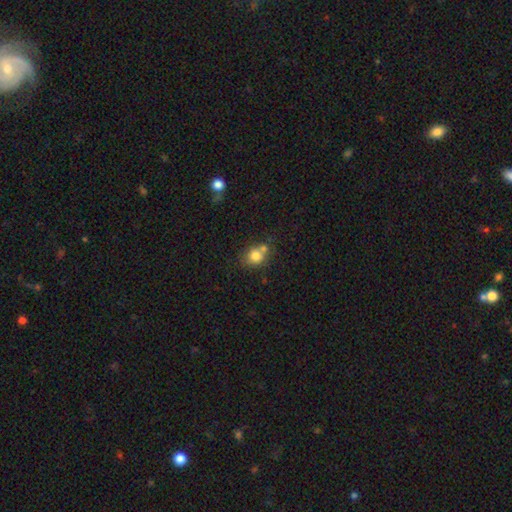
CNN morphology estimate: Smooth or featured: smooth — 79% (featured or disk — 11%)
How rounded: round — 71% (in between — 28%)
Merging: none — 50% (merger — 32%)